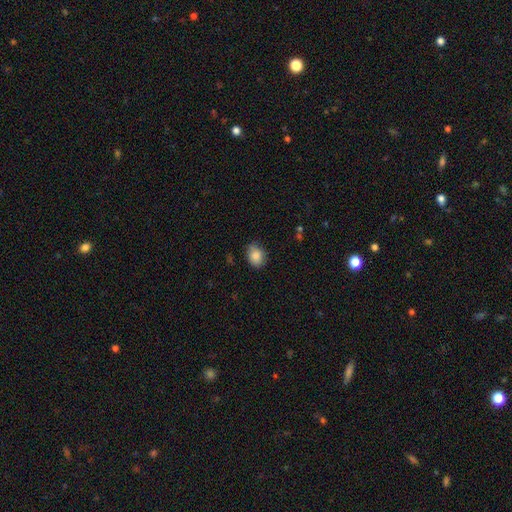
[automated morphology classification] A smooth galaxy with no disk features (87%) that is in between round and cigar-shaped (65%).

Vote fractions:
- Smooth or featured? smooth: 87% / star or artifact: 8% / featured or disk: 5%
- How rounded? in between: 65% / round: 34% / cigar-shaped: 1%
- Merging? none: 73% / minor disturbance: 22% / major disturbance: 4% / merger: 1%